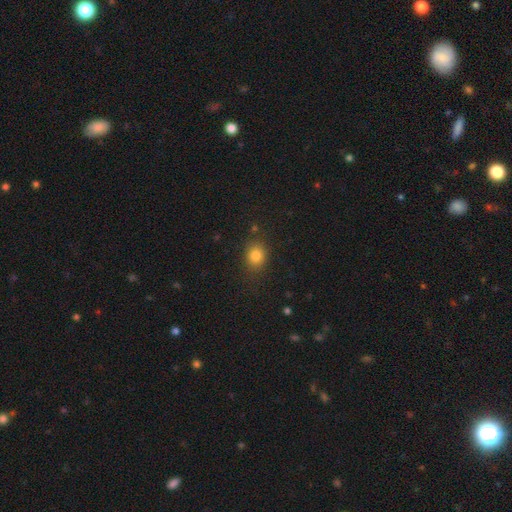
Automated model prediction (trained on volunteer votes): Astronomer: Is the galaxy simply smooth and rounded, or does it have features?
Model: smooth — 83%.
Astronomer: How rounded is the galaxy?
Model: round — 56% (runner-up: in between, 43%).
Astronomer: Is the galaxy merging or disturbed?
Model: none — 80%.